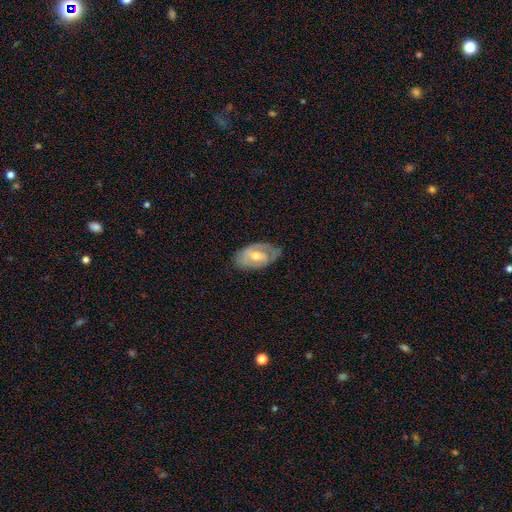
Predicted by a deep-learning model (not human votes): This appears to be a featured or disk galaxy (61%) with a weak bar (45%), spiral arms (67%) and a moderate central bulge (67%). Merging: none (64%).